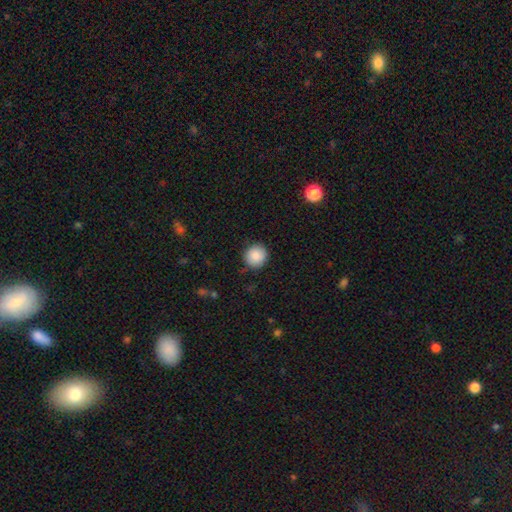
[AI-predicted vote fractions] Morphology: type=smooth (88%); roundness=round (91%); merging=none (86%).